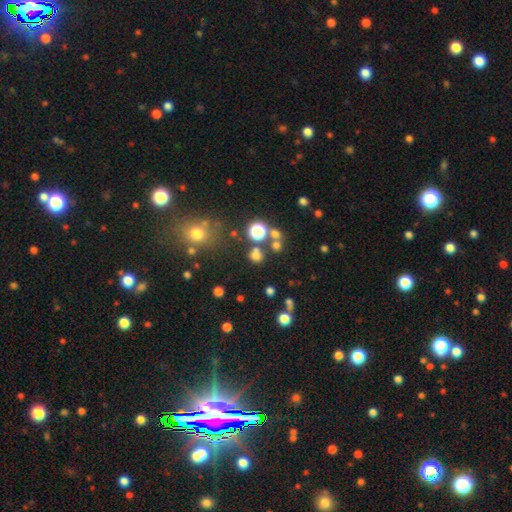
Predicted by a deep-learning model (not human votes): Morphology: type=smooth (70%); roundness=round (87%); merging=none (76%).